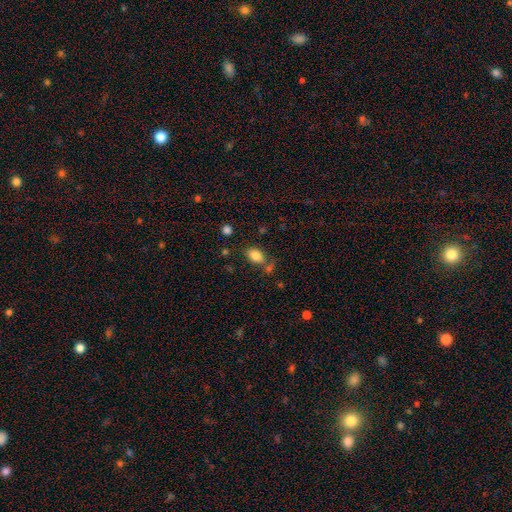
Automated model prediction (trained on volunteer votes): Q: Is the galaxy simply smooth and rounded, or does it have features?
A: smooth — 83%.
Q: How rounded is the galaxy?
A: in between — 81%.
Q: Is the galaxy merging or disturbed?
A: none — 66%.